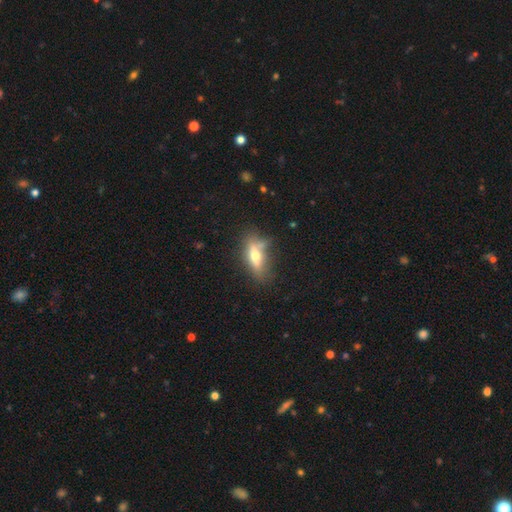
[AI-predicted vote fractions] This appears to be a smooth galaxy with no disk features (48%). Merging: none (66%).